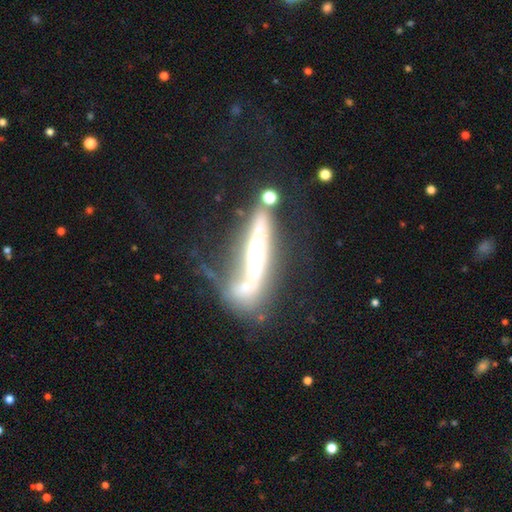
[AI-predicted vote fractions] Smooth or featured: featured or disk — 72% (smooth — 21%)
Edge-on disk: yes — 57% (no — 43%)
Merging: none — 33% (merger — 25%)